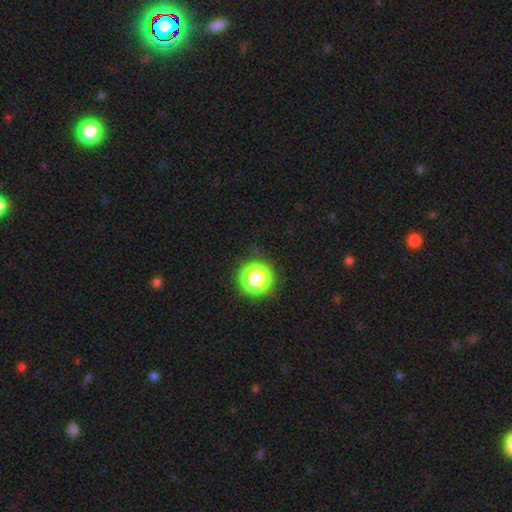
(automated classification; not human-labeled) Smooth or featured? Predicted: star or artifact (p=0.64).